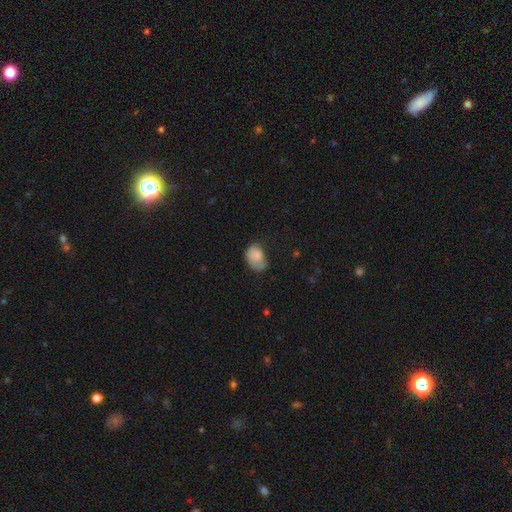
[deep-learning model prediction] Smooth or featured? Predicted: smooth (p=0.75). How rounded? Predicted: in between (p=0.78). Merging? Predicted: none (p=0.37).